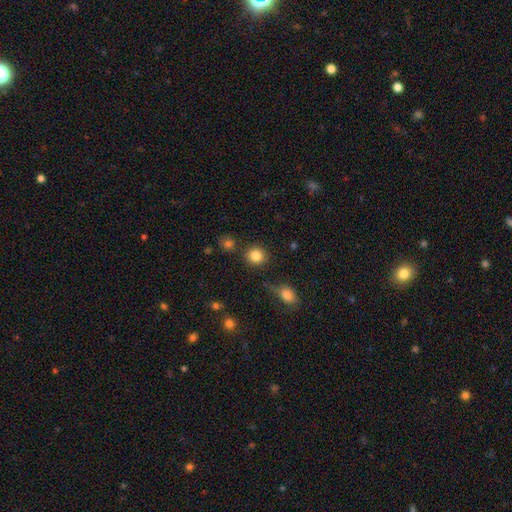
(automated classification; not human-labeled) Smooth or featured?
  - smooth: 84% *
  - star or artifact: 10%
  - featured or disk: 5%
How rounded?
  - round: 89% *
  - in between: 10%
  - cigar-shaped: 1%
Merging?
  - none: 84% *
  - minor disturbance: 8%
  - merger: 5%
  - major disturbance: 3%